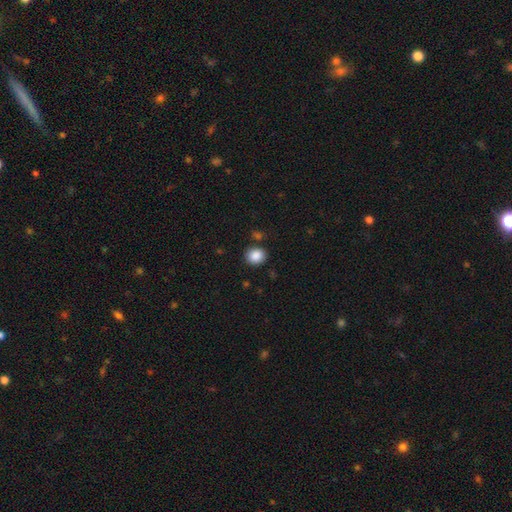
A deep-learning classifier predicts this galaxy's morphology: type=smooth (88%); roundness=round (72%); merging=none (84%).